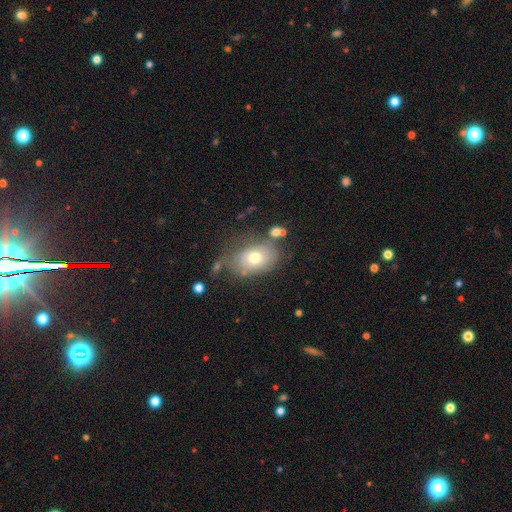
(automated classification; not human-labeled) Morphology: type=smooth (47%); merging=none (68%).